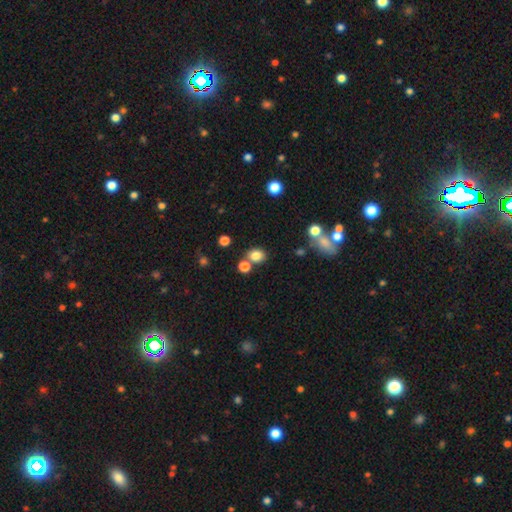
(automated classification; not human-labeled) The model was most divided on "how rounded": round: 53%, in between: 46%, cigar-shaped: 1%. More confident: smooth or featured — smooth (81%); merging — none (68%).